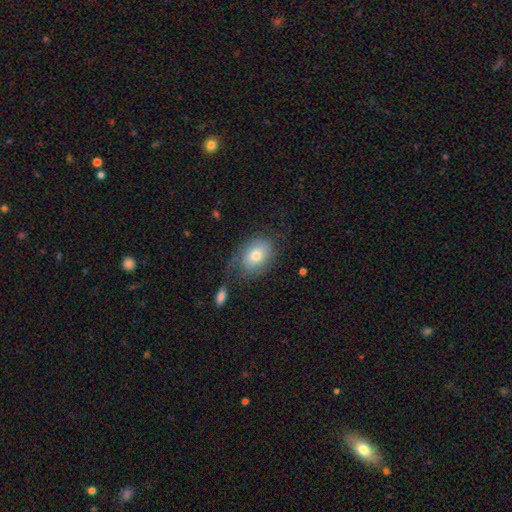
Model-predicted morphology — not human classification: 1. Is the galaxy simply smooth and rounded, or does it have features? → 67% smooth, 26% featured or disk, 8% star or artifact.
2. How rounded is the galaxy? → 79% in between, 20% round, 1% cigar-shaped.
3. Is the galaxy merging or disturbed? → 54% none, 26% minor disturbance, 16% major disturbance, 5% merger.